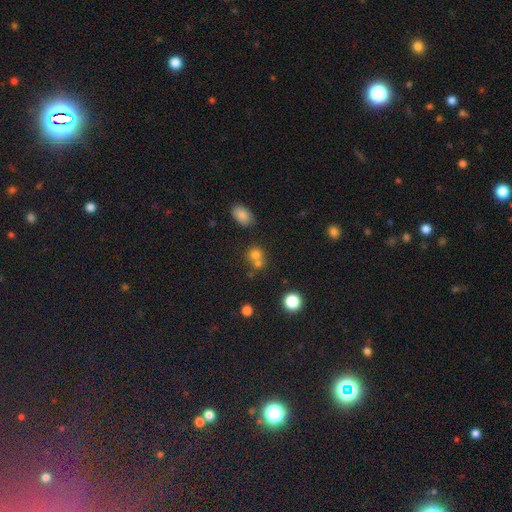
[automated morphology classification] Overall: smooth (71%). How rounded: round (80%). Merging: merger (45%; none 44%).